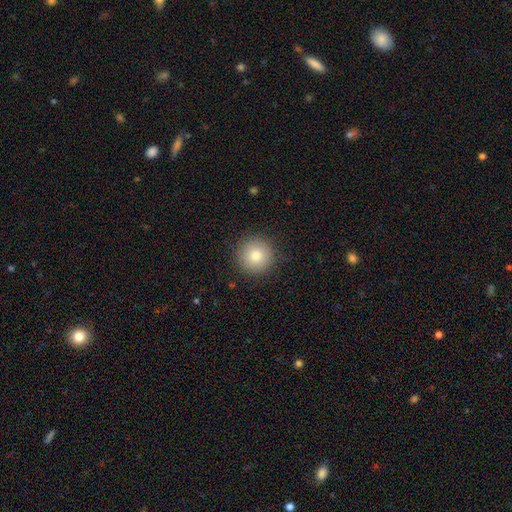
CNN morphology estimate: Smooth or featured: smooth — 81% (star or artifact — 11%)
How rounded: round — 96% (in between — 3%)
Merging: none — 91% (minor disturbance — 6%)